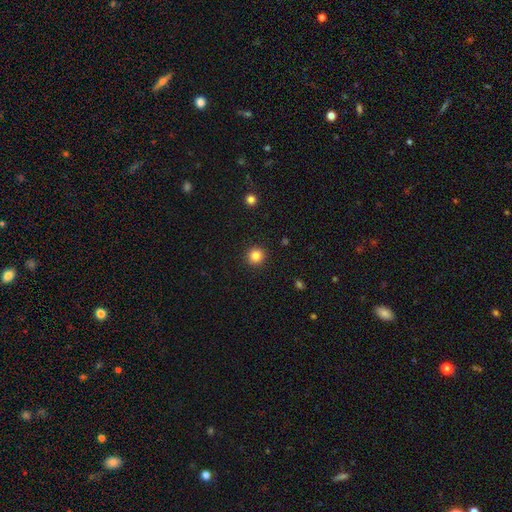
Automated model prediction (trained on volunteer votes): Overall: smooth (83%). How rounded: round (95%). Merging: none (93%).